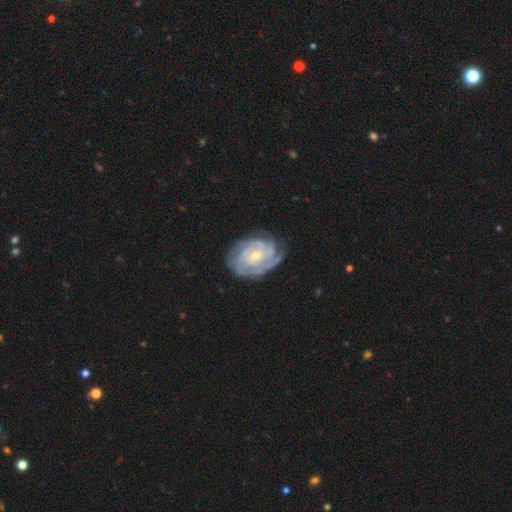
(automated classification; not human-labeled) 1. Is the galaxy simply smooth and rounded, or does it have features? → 87% featured or disk, 8% smooth, 5% star or artifact.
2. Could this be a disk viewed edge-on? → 97% no, 3% yes.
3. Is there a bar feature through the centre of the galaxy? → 61% no, 32% weak, 7% strong.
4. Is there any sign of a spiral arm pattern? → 96% yes, 4% no.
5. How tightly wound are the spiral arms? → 75% tight, 21% medium, 4% loose.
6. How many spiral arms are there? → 32% can't tell, 23% 3, 22% 2, 12% 4, 6% 1, 6% more than 4.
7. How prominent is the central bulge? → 54% small, 42% moderate, 2% large, 2% none, 1% dominant.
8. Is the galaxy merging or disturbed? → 72% none, 20% minor disturbance, 7% major disturbance, 1% merger.